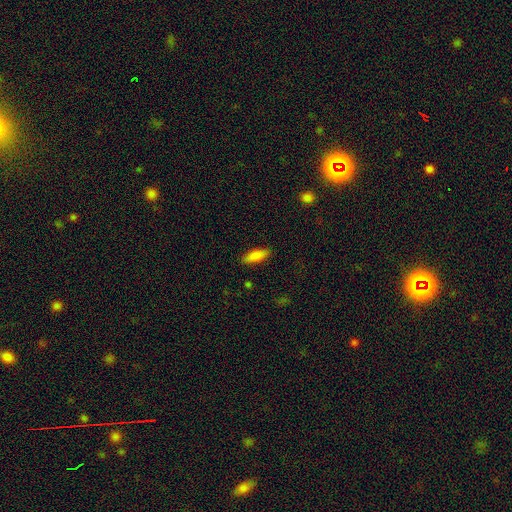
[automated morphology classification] This is clearly a smooth galaxy (86%). How rounded: possibly in between (59%). Merging: clearly none (88%).